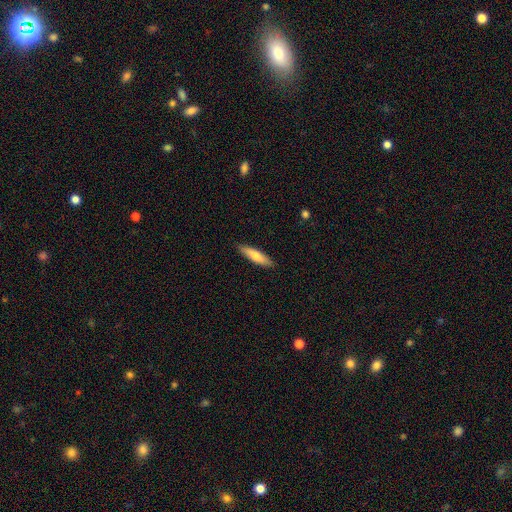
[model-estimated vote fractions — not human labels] Smooth or featured?
  - smooth: 73% *
  - featured or disk: 21%
  - star or artifact: 6%
How rounded?
  - cigar-shaped: 74% *
  - in between: 24%
  - round: 1%
Merging?
  - none: 89% *
  - minor disturbance: 9%
  - major disturbance: 2%
  - merger: 1%